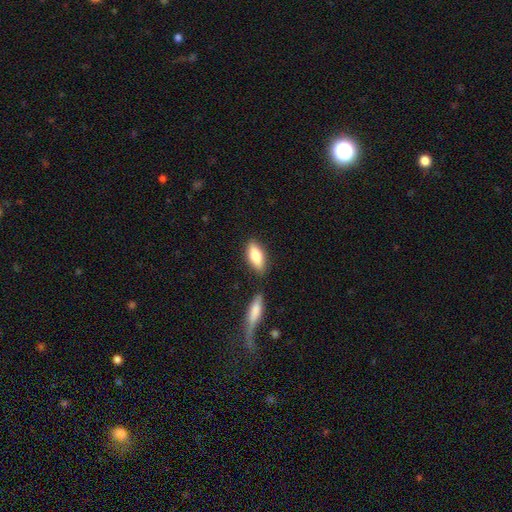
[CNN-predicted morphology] This is likely a smooth galaxy (75%). How rounded: likely in between (74%). Merging: likely none (76%).